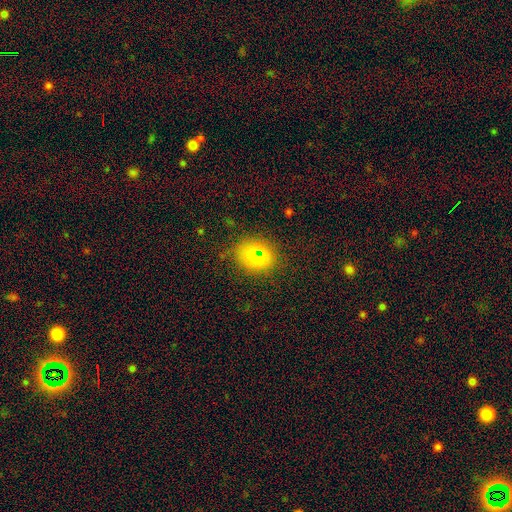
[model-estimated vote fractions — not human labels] Smooth or featured: smooth — 71% (star or artifact — 18%)
How rounded: round — 64% (in between — 34%)
Merging: none — 78% (minor disturbance — 13%)